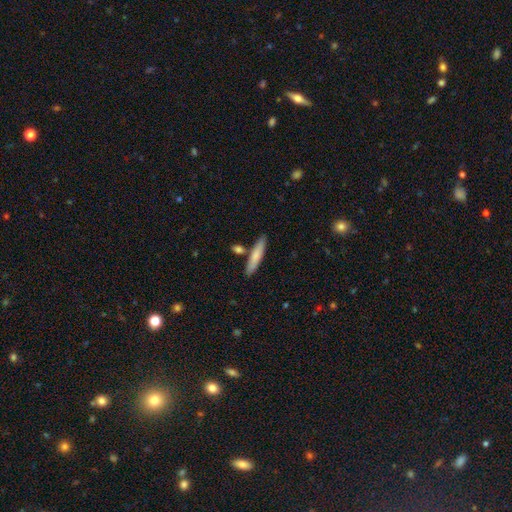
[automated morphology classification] smooth-or-featured: smooth: 76% | featured or disk: 19% | star or artifact: 5%
  how-rounded: cigar-shaped: 87% | in between: 12% | round: 2%
  merging: none: 81% | minor disturbance: 10% | merger: 7% | major disturbance: 2%